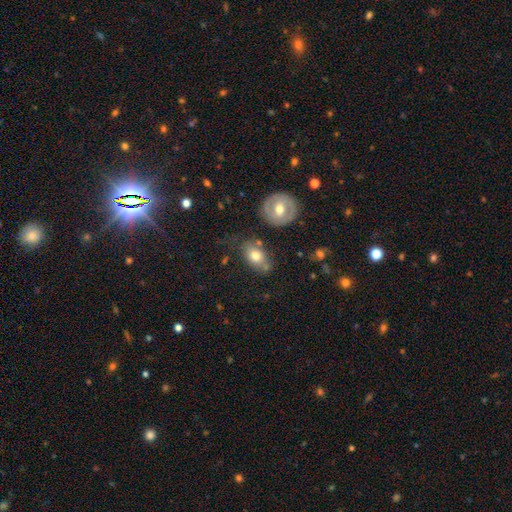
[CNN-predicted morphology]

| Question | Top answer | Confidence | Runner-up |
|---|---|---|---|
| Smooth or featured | smooth | 71% | featured or disk (20%) |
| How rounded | in between | 78% | round (20%) |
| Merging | none | 64% | minor disturbance (20%) |